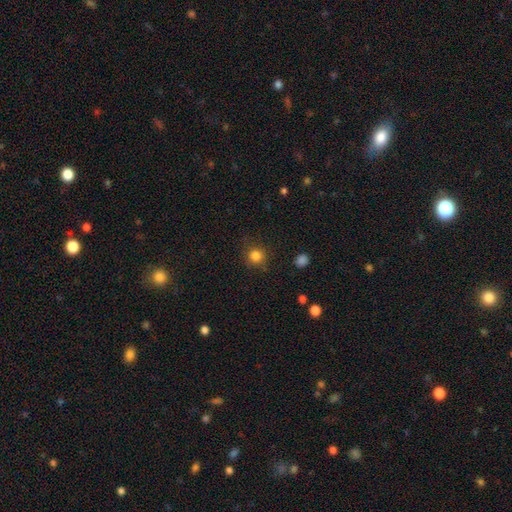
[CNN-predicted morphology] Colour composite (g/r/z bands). It shows a smooth galaxy with no disk features (83%) that is round (93%). Merging: none (86%).